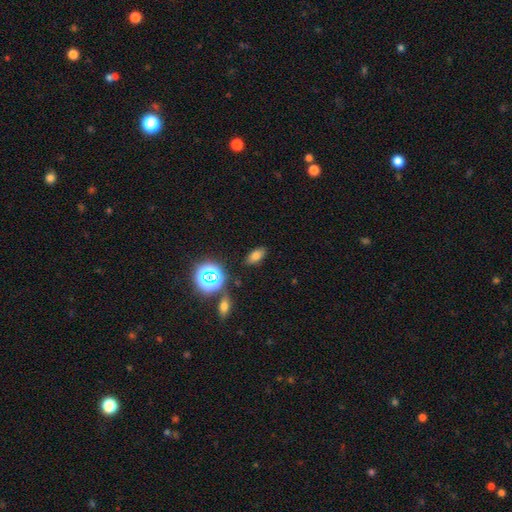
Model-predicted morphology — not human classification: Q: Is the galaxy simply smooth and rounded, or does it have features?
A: smooth — 72%.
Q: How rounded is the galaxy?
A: in between — 86%.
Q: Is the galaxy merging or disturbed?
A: none — 86%.